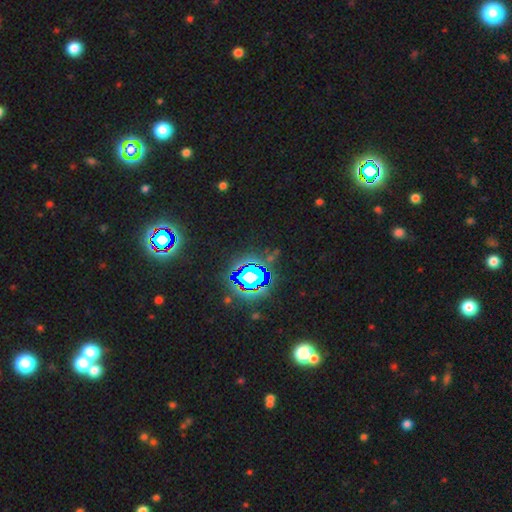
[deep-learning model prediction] This is clearly a star or artifact rather than a galaxy (83%).